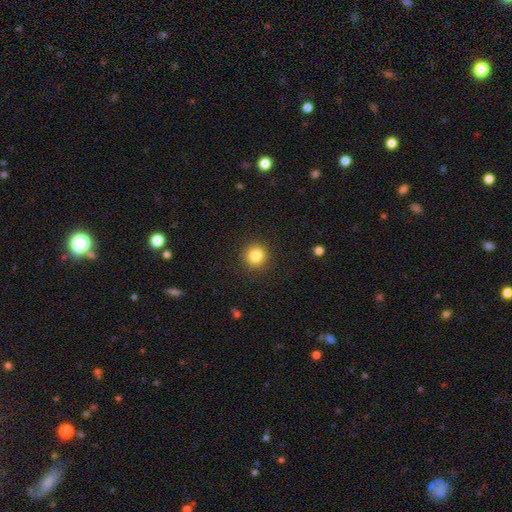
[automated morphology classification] A smooth galaxy with no disk features (83%) that is round (93%).

Vote fractions:
- Smooth or featured? smooth: 83% / star or artifact: 11% / featured or disk: 6%
- How rounded? round: 93% / in between: 6% / cigar-shaped: 1%
- Merging? none: 90% / minor disturbance: 6% / major disturbance: 2% / merger: 1%